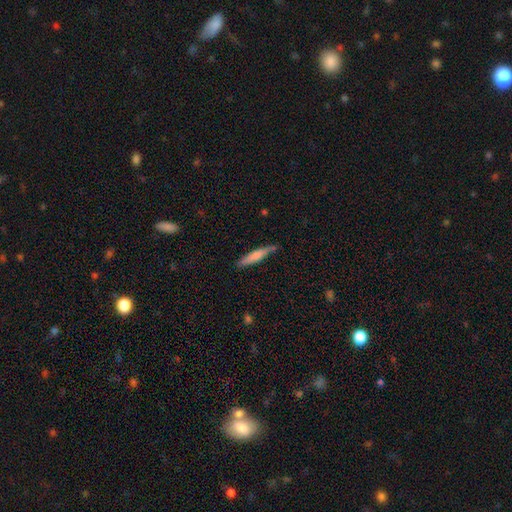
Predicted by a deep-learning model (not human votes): This appears to be a smooth galaxy with no disk features (68%) that is cigar-shaped (88%). Merging: none (77%).